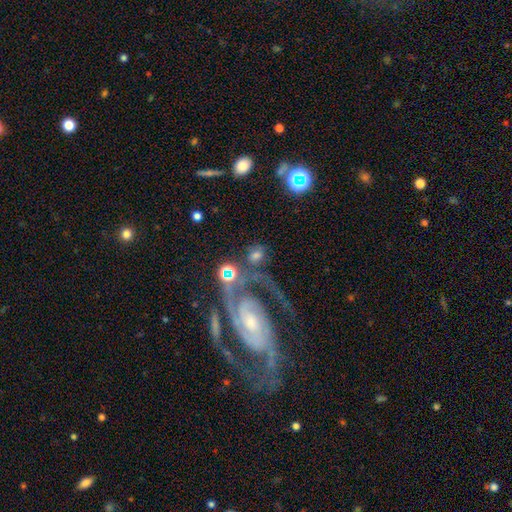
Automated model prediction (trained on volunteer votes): A featured or disk galaxy (44%).

Vote fractions:
- Smooth or featured? featured or disk: 44% / smooth: 41% / star or artifact: 14%
- Merging? none: 60% / minor disturbance: 15% / merger: 13% / major disturbance: 12%